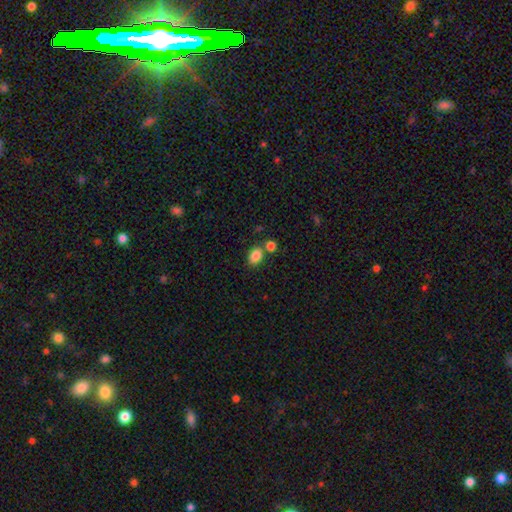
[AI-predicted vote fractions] Q: Smooth or featured?
A: smooth (85%); runner-up: star or artifact (10%)
Q: How rounded?
A: in between (73%); runner-up: round (26%)
Q: Merging?
A: none (65%); runner-up: merger (21%)